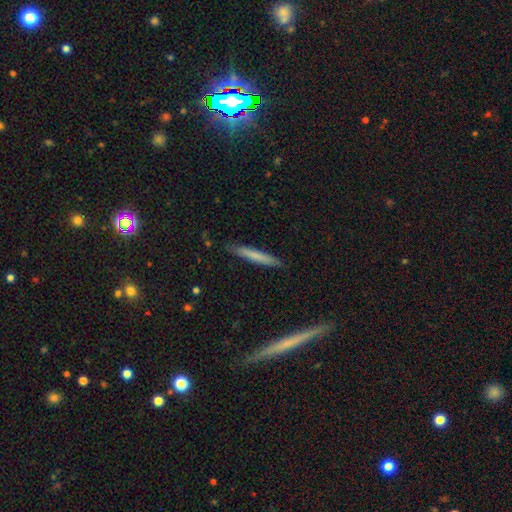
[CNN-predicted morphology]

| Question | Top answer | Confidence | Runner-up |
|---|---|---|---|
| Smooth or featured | smooth | 67% | featured or disk (27%) |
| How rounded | cigar-shaped | 95% | in between (3%) |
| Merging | none | 87% | minor disturbance (10%) |